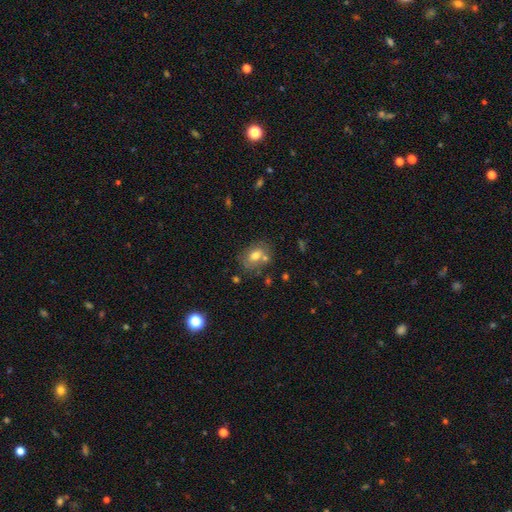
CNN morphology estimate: The model was most divided on "how rounded": in between: 67%, round: 32%, cigar-shaped: 1%. More confident: smooth or featured — smooth (71%); merging — none (61%).